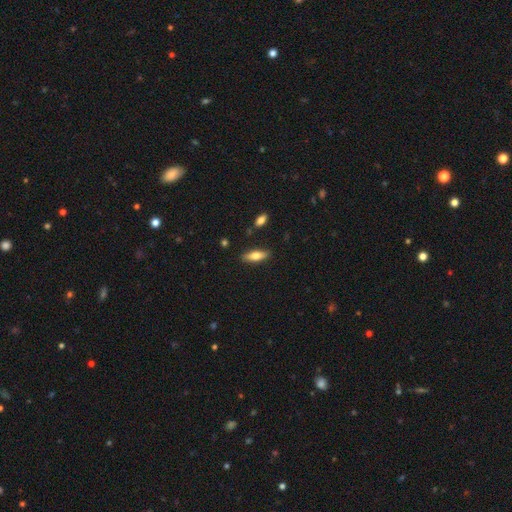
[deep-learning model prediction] smooth 70%, featured or disk 24%, star or artifact 6%. Down the decision tree: how rounded — in between (63%); merging — none (86%).